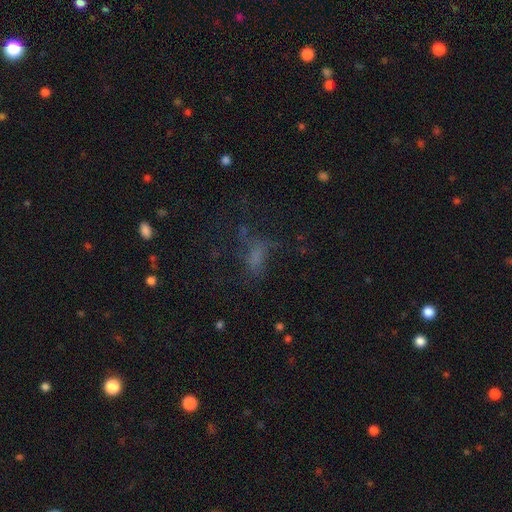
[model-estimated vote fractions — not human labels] Smooth or featured?
  - smooth: 45% *
  - star or artifact: 28%
  - featured or disk: 26%
Merging?
  - none: 42% *
  - major disturbance: 36%
  - minor disturbance: 18%
  - merger: 4%